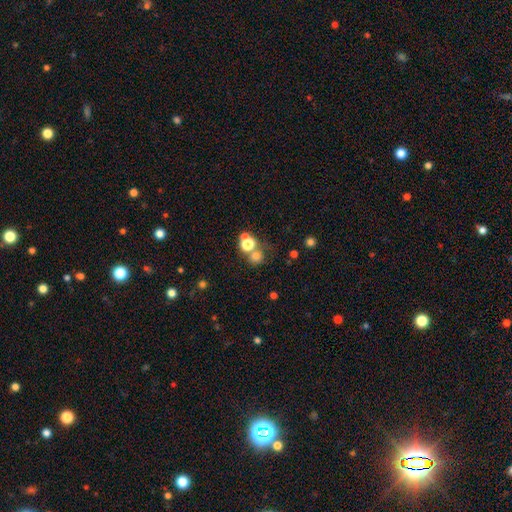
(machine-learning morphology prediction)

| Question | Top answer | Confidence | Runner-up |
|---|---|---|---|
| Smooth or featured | smooth | 70% | star or artifact (22%) |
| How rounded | round | 86% | in between (13%) |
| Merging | none | 58% | merger (28%) |